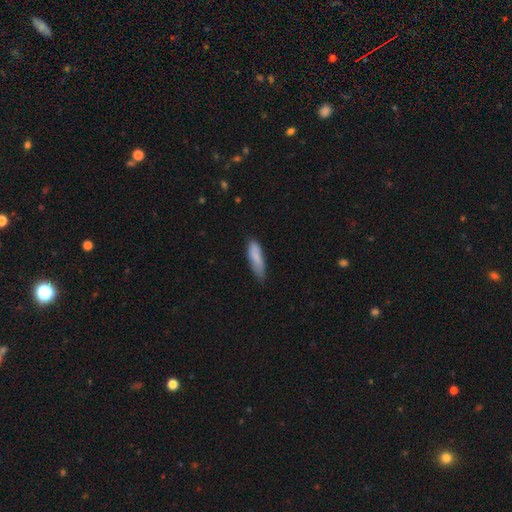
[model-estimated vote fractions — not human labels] Overall: smooth (84%). How rounded: cigar-shaped (58%; in between 40%). Merging: none (69%).